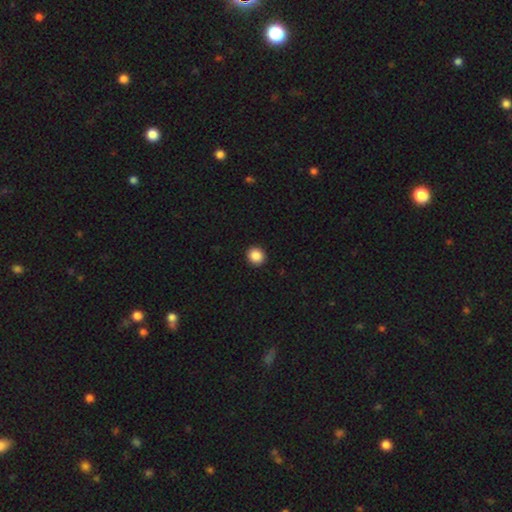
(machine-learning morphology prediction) Q: Smooth or featured?
A: smooth (88%); runner-up: star or artifact (9%)
Q: How rounded?
A: round (89%); runner-up: in between (10%)
Q: Merging?
A: none (93%); runner-up: minor disturbance (5%)